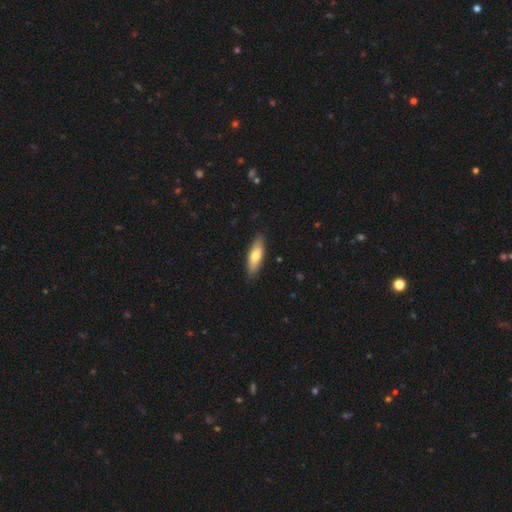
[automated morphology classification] Q: Smooth or featured?
A: smooth (68%); runner-up: featured or disk (26%)
Q: How rounded?
A: in between (55%); runner-up: cigar-shaped (42%)
Q: Merging?
A: none (86%); runner-up: minor disturbance (11%)